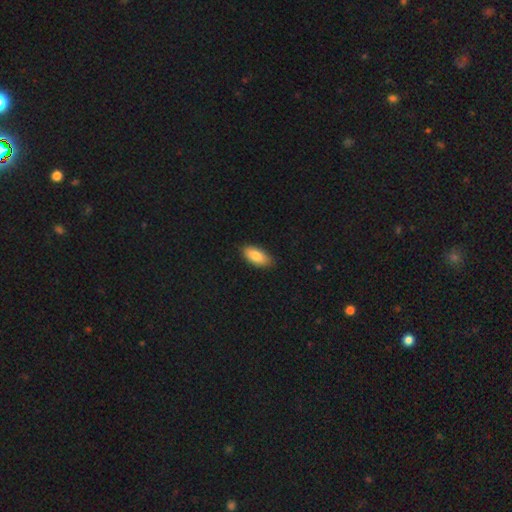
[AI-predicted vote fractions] smooth-or-featured: smooth: 85% | featured or disk: 9% | star or artifact: 6%
  how-rounded: in between: 91% | cigar-shaped: 7% | round: 2%
  merging: none: 85% | minor disturbance: 12% | major disturbance: 2% | merger: 1%